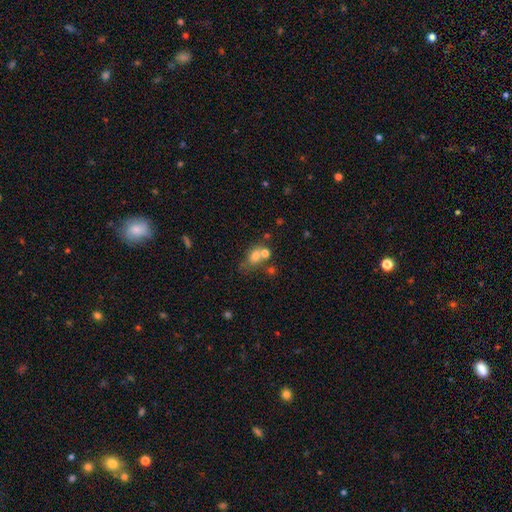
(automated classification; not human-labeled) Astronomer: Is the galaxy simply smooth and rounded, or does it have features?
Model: smooth — 69%.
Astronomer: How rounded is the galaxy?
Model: in between — 55% (runner-up: round, 42%).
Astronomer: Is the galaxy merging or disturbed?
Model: merger — 40% (runner-up: none, 37%).